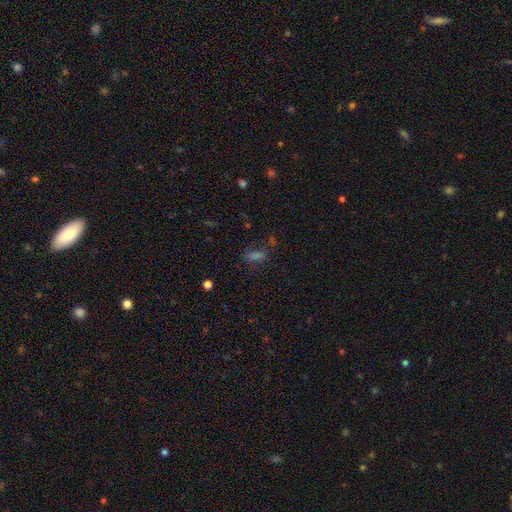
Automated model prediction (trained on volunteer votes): A smooth galaxy with no disk features (48%).

Vote fractions:
- Smooth or featured? smooth: 48% / star or artifact: 35% / featured or disk: 17%
- Merging? none: 64% / minor disturbance: 18% / major disturbance: 12% / merger: 6%